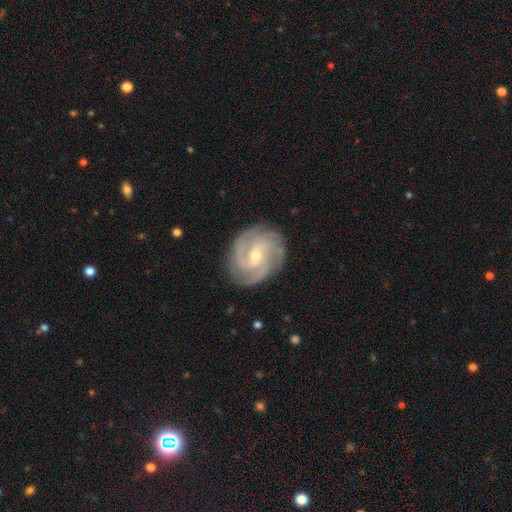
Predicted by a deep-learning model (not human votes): Smooth or featured: featured or disk — 90% (smooth — 5%)
Edge-on disk: no — 98% (yes — 2%)
Bar: weak — 49% (no — 33%)
Spiral arms: yes — 98% (no — 2%)
Spiral winding: tight — 55% (medium — 38%)
Spiral arm count: 3 — 37% (4 — 21%)
Bulge size: small — 56% (moderate — 41%)
Merging: none — 82% (minor disturbance — 13%)